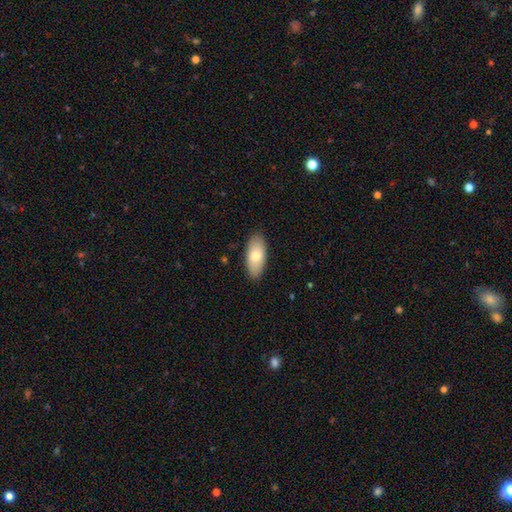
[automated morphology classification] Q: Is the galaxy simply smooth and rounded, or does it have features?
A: smooth — 76%.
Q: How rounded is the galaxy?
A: in between — 88%.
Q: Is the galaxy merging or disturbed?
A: none — 88%.